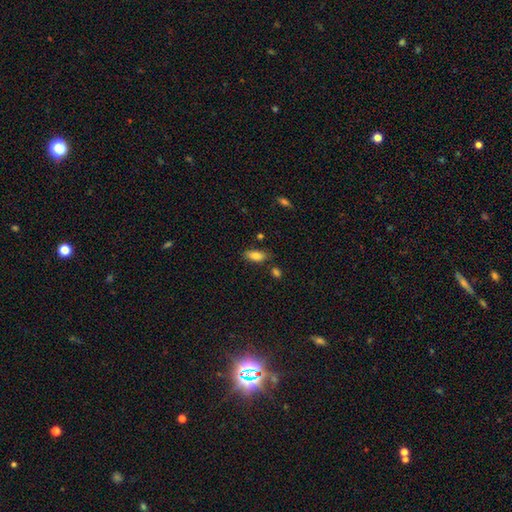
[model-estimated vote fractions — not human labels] The model was most divided on "merging": none: 76%, minor disturbance: 15%, merger: 6%, major disturbance: 3%. More confident: how rounded — in between (86%); smooth or featured — smooth (84%).